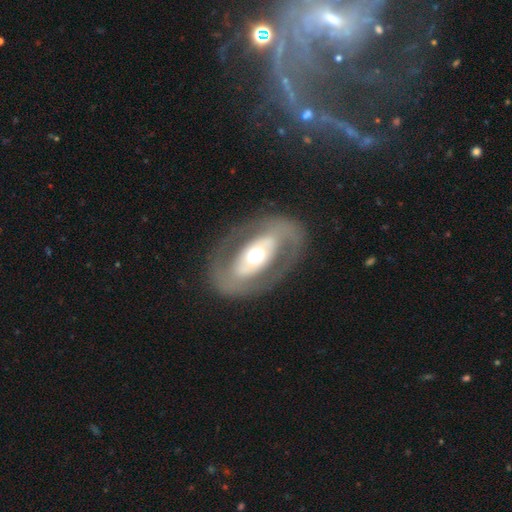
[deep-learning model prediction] A featured or disk galaxy (69%) with no bar (58%), no spiral arms (70%) and a moderate central bulge (59%). Merging: none (79%).